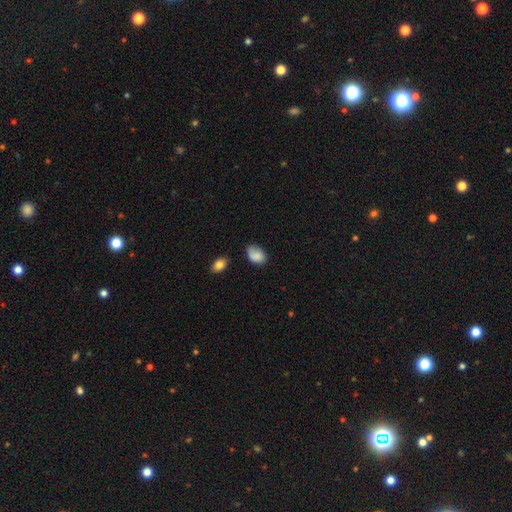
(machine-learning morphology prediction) type=smooth (83%); roundness=in between (85%); merging=none (59%).